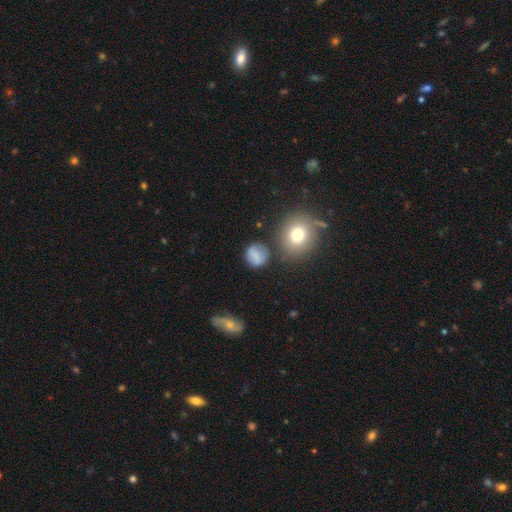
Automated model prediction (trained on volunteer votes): smooth-or-featured: smooth: 69% | featured or disk: 20% | star or artifact: 11%
  how-rounded: round: 77% | in between: 21% | cigar-shaped: 2%
  merging: none: 70% | minor disturbance: 18% | major disturbance: 7% | merger: 6%